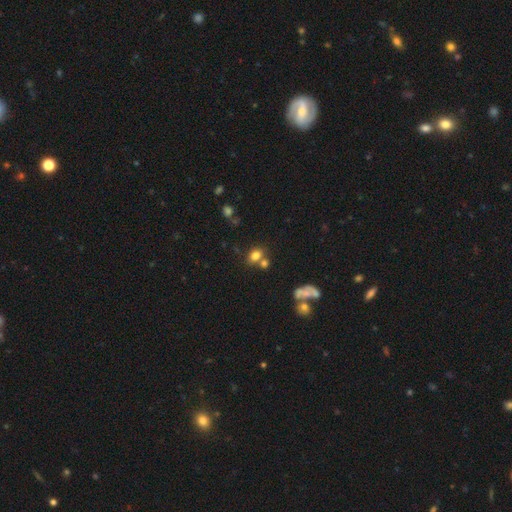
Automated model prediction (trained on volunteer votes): This is likely a smooth galaxy (76%). How rounded: possibly in between (60%). Merging: possibly none (52%).